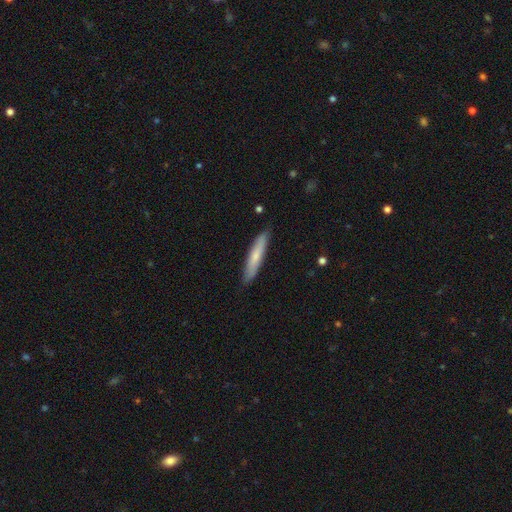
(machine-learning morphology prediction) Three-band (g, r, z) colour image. It shows a smooth galaxy with no disk features (67%) that is cigar-shaped (90%). Merging: none (87%).